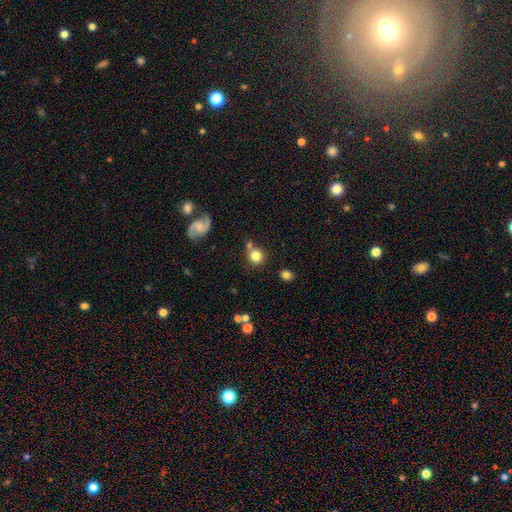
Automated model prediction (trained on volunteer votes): Smooth or featured: smooth — 77% (featured or disk — 13%)
How rounded: round — 88% (in between — 11%)
Merging: none — 67% (merger — 16%)